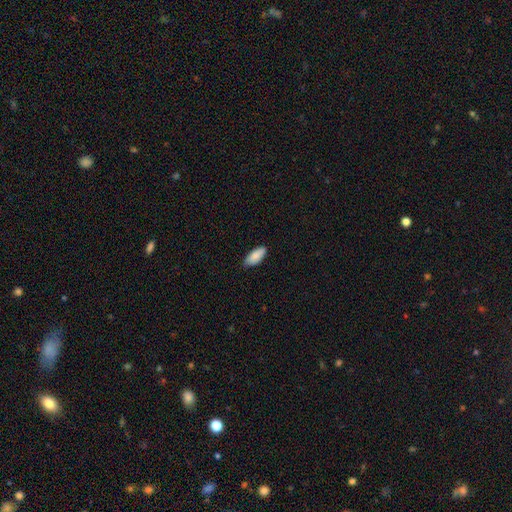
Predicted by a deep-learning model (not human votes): Q: Smooth or featured?
A: smooth (88%); runner-up: star or artifact (6%)
Q: How rounded?
A: in between (86%); runner-up: cigar-shaped (13%)
Q: Merging?
A: none (81%); runner-up: minor disturbance (15%)